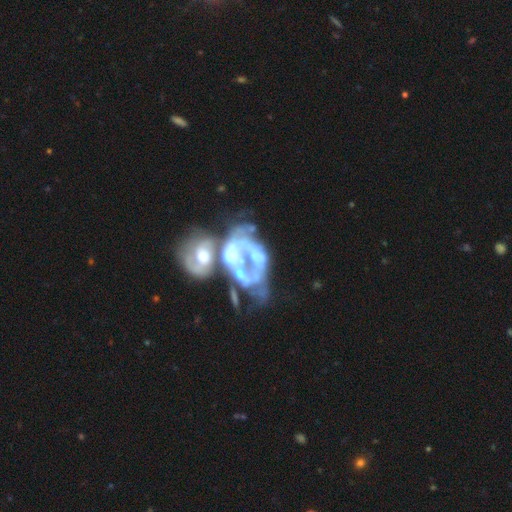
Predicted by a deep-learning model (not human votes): Smooth or featured?
  - featured or disk: 70% *
  - smooth: 16%
  - star or artifact: 14%
Edge-on disk?
  - no: 98% *
  - yes: 2%
Bar?
  - no: 88% *
  - weak: 8%
  - strong: 4%
Spiral arms?
  - no: 82% *
  - yes: 18%
Bulge size?
  - none: 54% *
  - moderate: 24%
  - small: 12%
  - large: 7%
  - dominant: 3%
Merging?
  - merger: 60% *
  - major disturbance: 25%
  - none: 9%
  - minor disturbance: 6%